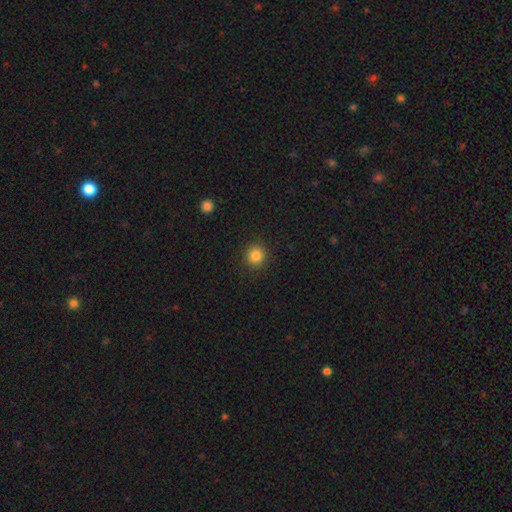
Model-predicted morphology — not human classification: Smooth or featured: smooth — 85% (star or artifact — 11%)
How rounded: round — 91% (in between — 8%)
Merging: none — 91% (minor disturbance — 6%)